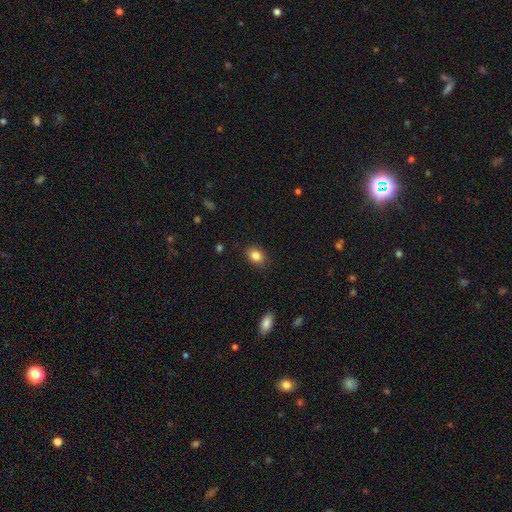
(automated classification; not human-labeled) Q: Smooth or featured?
A: smooth (84%); runner-up: star or artifact (9%)
Q: How rounded?
A: in between (70%); runner-up: round (29%)
Q: Merging?
A: none (86%); runner-up: minor disturbance (10%)